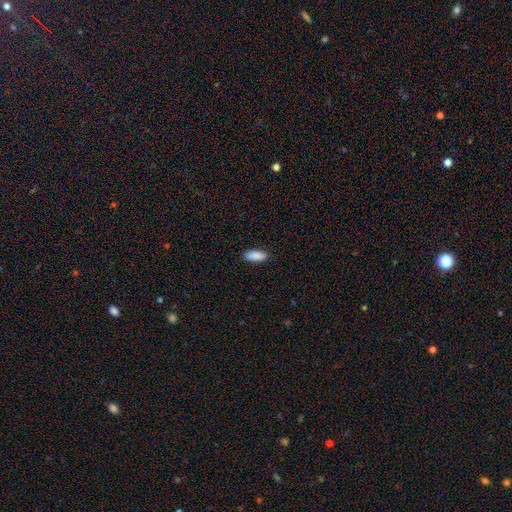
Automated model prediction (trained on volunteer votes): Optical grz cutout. It shows a smooth galaxy with no disk features (89%) that is in between round and cigar-shaped (72%). Merging: none (89%).